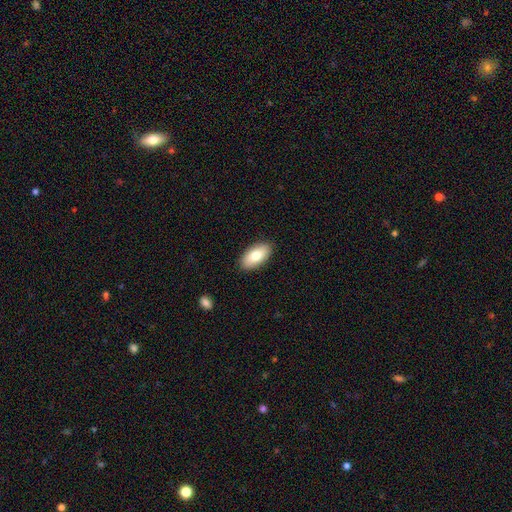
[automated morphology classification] This is likely a smooth galaxy (78%). How rounded: clearly in between (93%). Merging: clearly none (89%).